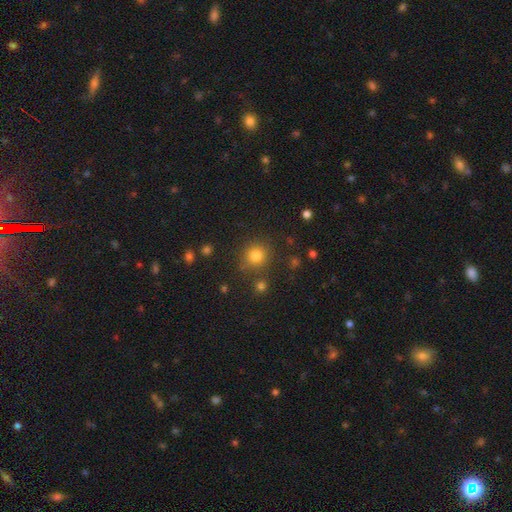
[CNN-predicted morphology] type=smooth (79%); roundness=round (88%); merging=none (79%).